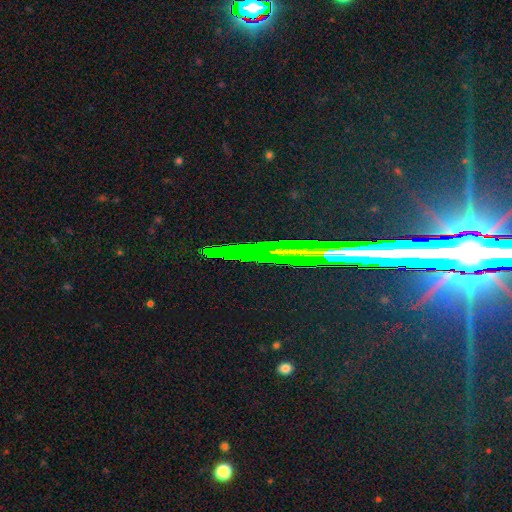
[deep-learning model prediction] star or artifact 73%, featured or disk 17%, smooth 10%.